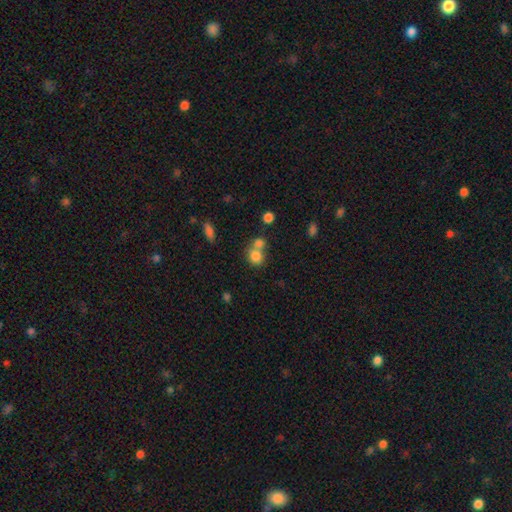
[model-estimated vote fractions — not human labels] A smooth galaxy with no disk features (80%) that is round (74%).

Vote fractions:
- Smooth or featured? smooth: 80% / star or artifact: 11% / featured or disk: 9%
- How rounded? round: 74% / in between: 25% / cigar-shaped: 1%
- Merging? merger: 47% / none: 42% / minor disturbance: 8% / major disturbance: 4%